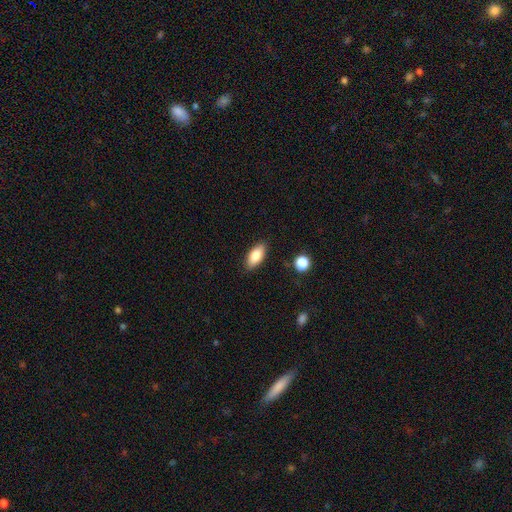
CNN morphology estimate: The model was most divided on "smooth or featured": smooth: 82%, featured or disk: 11%, star or artifact: 7%. More confident: how rounded — in between (87%); merging — none (87%).